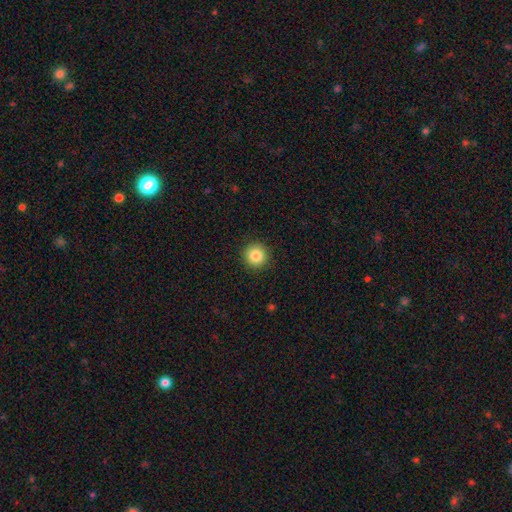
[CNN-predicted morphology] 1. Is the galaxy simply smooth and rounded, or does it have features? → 85% smooth, 10% star or artifact, 5% featured or disk.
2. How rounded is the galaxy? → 95% round, 4% in between, 1% cigar-shaped.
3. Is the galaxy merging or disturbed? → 92% none, 5% minor disturbance, 2% major disturbance, 1% merger.